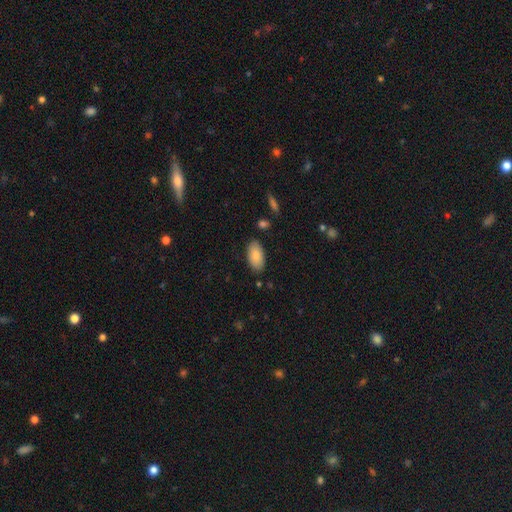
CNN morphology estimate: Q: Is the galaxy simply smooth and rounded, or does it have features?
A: smooth — 86%.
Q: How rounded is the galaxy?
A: in between — 95%.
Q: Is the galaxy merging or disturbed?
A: none — 85%.